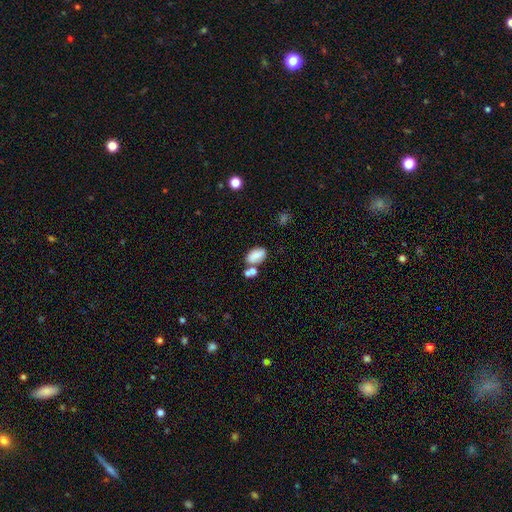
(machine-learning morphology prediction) This is likely a smooth galaxy (75%). How rounded: clearly in between (91%). Merging: possibly none (53%).